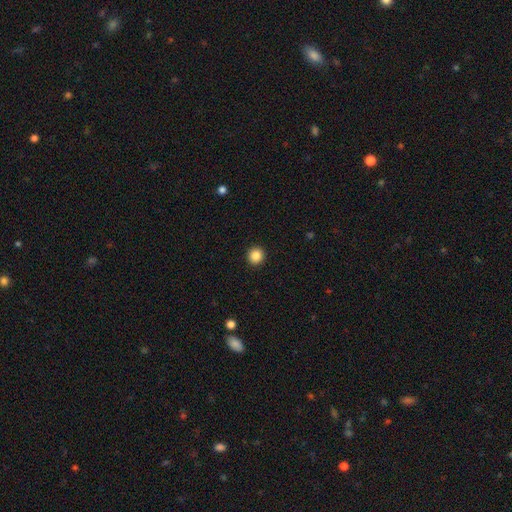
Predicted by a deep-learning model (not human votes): Smooth or featured: smooth — 86% (star or artifact — 10%)
How rounded: round — 95% (in between — 4%)
Merging: none — 94% (minor disturbance — 4%)